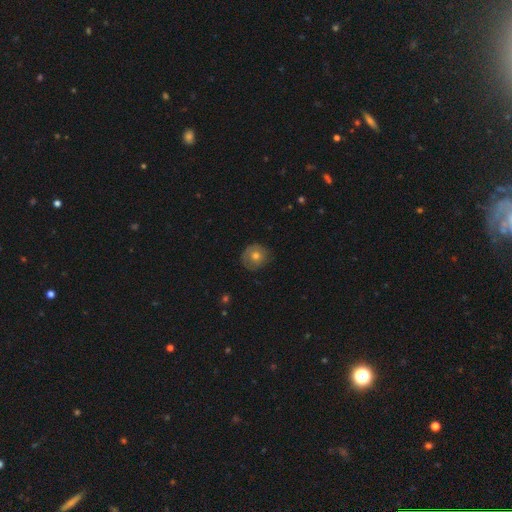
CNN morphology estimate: This is likely a smooth galaxy (62%). How rounded: clearly round (88%). Merging: likely none (75%).